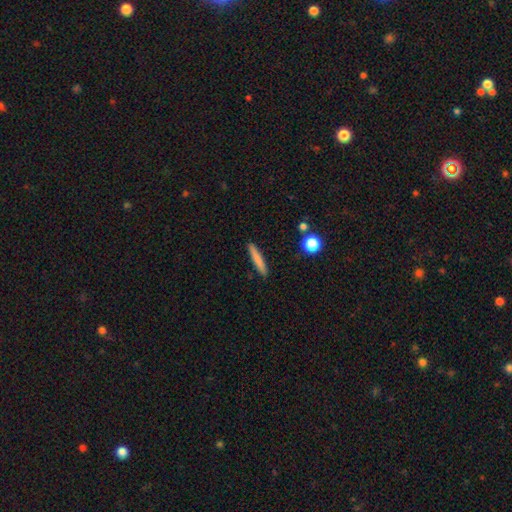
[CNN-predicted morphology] A smooth galaxy with no disk features (75%) that is cigar-shaped (94%).

Vote fractions:
- Smooth or featured? smooth: 75% / featured or disk: 18% / star or artifact: 7%
- How rounded? cigar-shaped: 94% / in between: 4% / round: 2%
- Merging? none: 91% / minor disturbance: 6% / merger: 2% / major disturbance: 2%